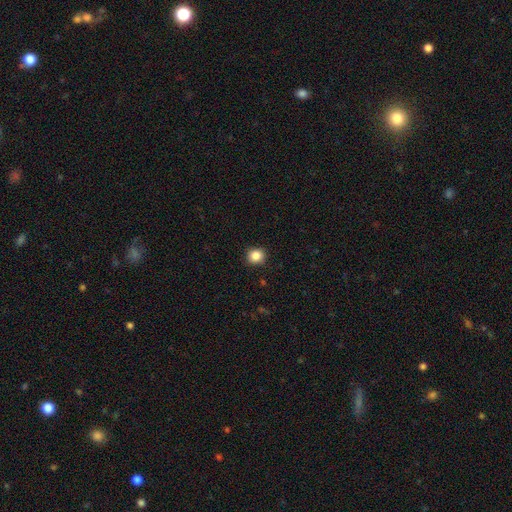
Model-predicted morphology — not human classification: A smooth galaxy with no disk features (86%) that is round (89%).

Vote fractions:
- Smooth or featured? smooth: 86% / star or artifact: 11% / featured or disk: 4%
- How rounded? round: 89% / in between: 10% / cigar-shaped: 1%
- Merging? none: 91% / minor disturbance: 6% / major disturbance: 2% / merger: 1%